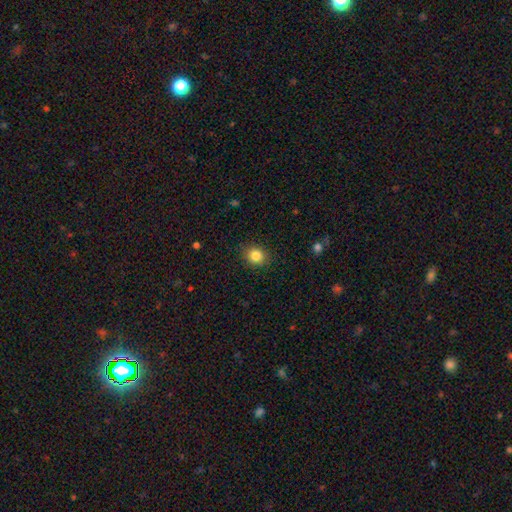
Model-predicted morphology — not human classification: smooth 84%, star or artifact 10%, featured or disk 5%. Down the decision tree: how rounded — round (74%); merging — none (88%).